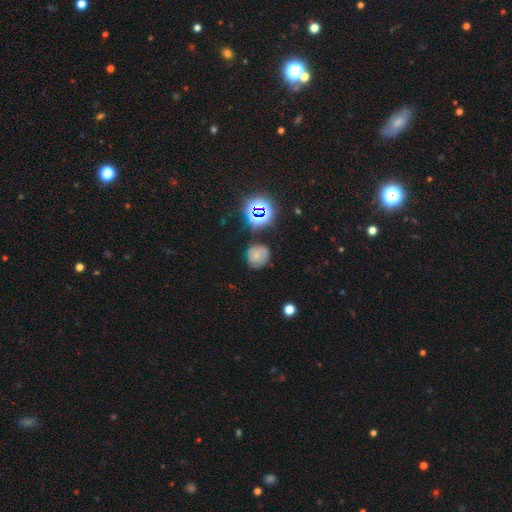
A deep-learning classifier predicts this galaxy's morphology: Overall: smooth (51%; featured or disk 29%). How rounded: round (80%). Merging: none (68%).